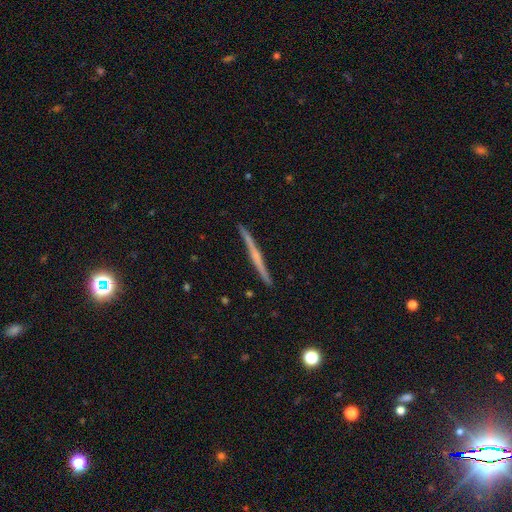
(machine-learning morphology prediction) This is likely a featured or disk galaxy (71%). It is clearly viewed edge-on (98%). Edge-on bulge: possibly none (47%). Merging: clearly none (91%).